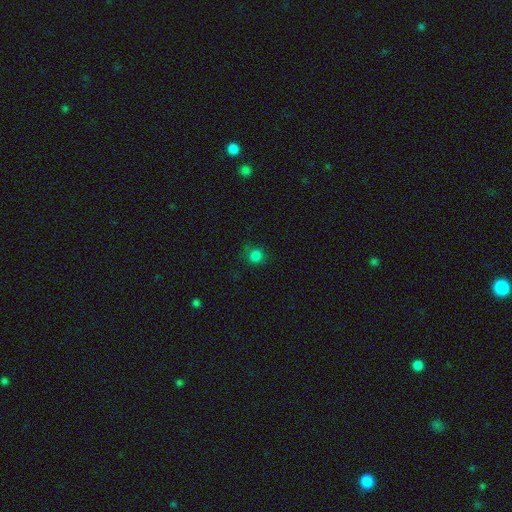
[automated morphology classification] This appears to be a smooth galaxy with no disk features (81%) that is round (93%). Merging: none (82%).